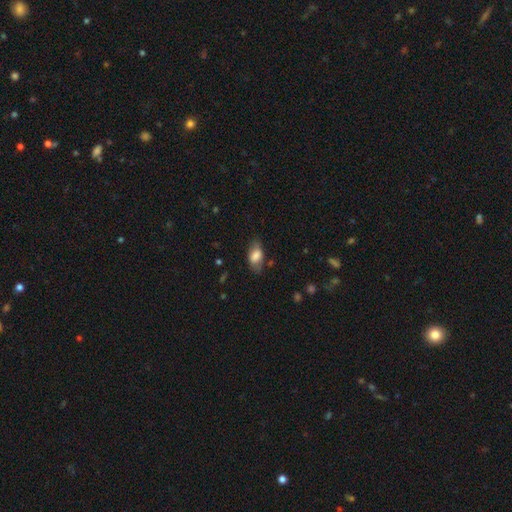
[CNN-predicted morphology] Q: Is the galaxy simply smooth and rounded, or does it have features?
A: smooth — 75%.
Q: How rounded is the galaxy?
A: in between — 89%.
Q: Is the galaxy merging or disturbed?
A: none — 69%.